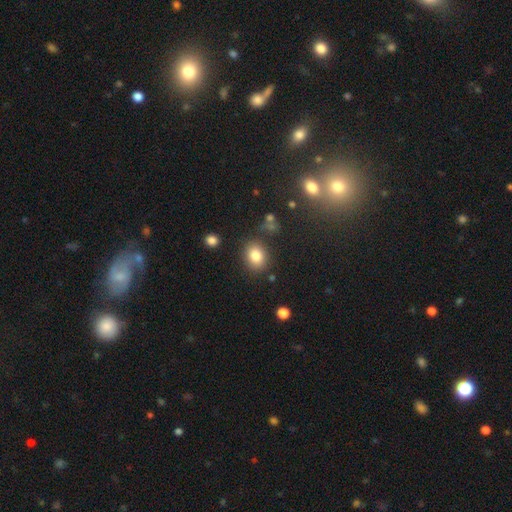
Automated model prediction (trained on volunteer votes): smooth 82%, star or artifact 10%, featured or disk 7%. Down the decision tree: how rounded — round (54%); merging — none (81%).